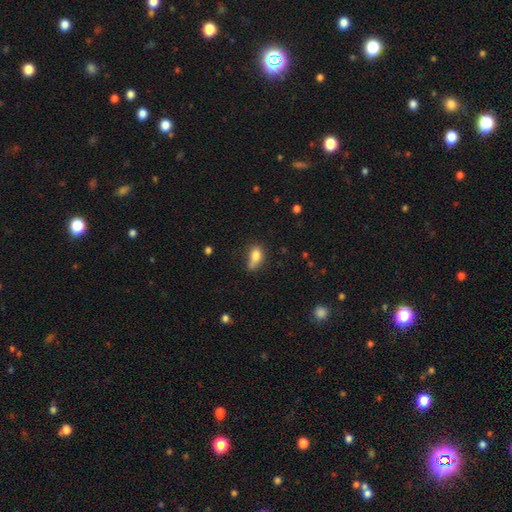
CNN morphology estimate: This appears to be a smooth galaxy with no disk features (76%) that is in between round and cigar-shaped (78%). Merging: none (35%).